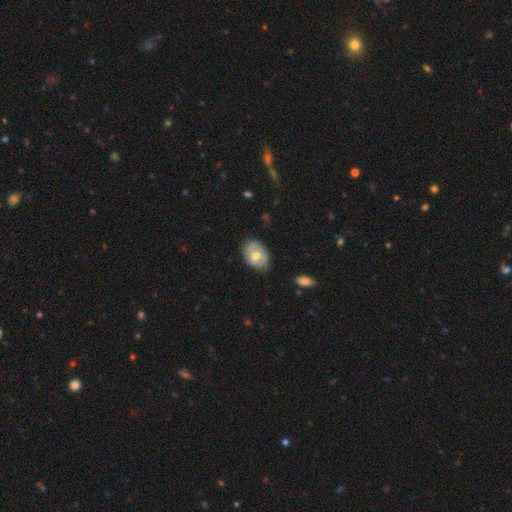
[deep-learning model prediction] A smooth galaxy with no disk features (52%) that is in between round and cigar-shaped (79%). Merging: none (76%).